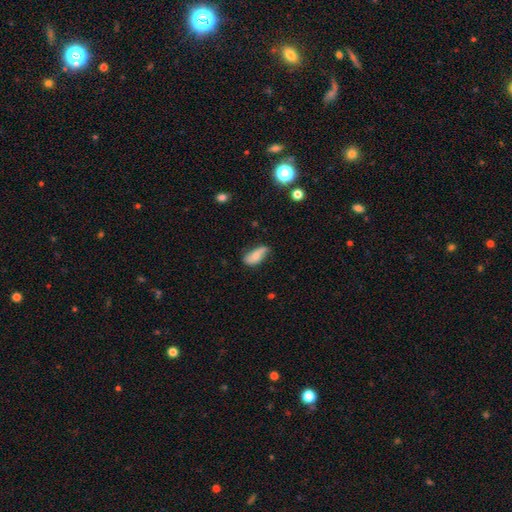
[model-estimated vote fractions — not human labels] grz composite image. It shows a smooth galaxy with no disk features (57%) that is in between round and cigar-shaped (87%). Merging: none (57%).